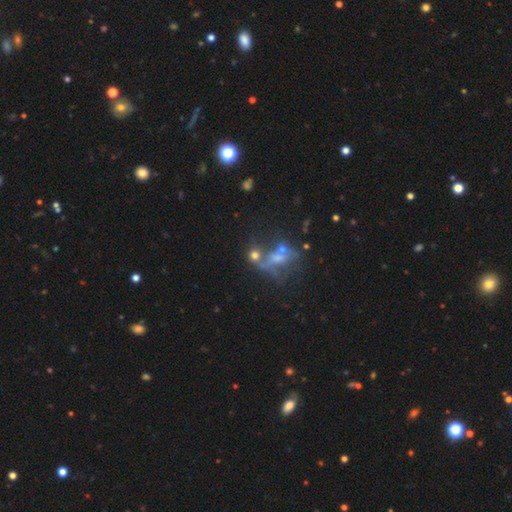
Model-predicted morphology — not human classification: smooth-or-featured: featured or disk: 42% | star or artifact: 29% | smooth: 29%
  merging: merger: 33% | none: 31% | major disturbance: 23% | minor disturbance: 13%